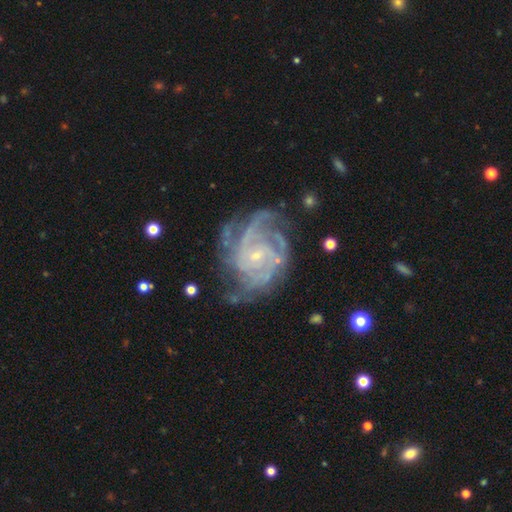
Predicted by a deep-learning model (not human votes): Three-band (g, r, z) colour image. It shows a featured or disk galaxy (91%) with no bar (64%), 4 (25%, tied with 3) tight (63%) spiral arms (98%) and a small central bulge (83%). Merging: none (66%).